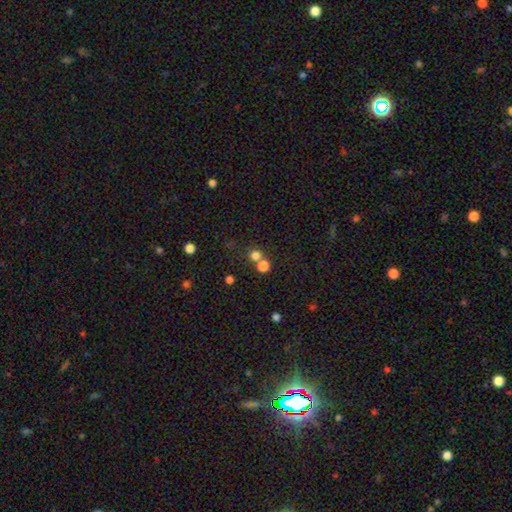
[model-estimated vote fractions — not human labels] Q: Smooth or featured?
A: smooth (74%); runner-up: star or artifact (19%)
Q: How rounded?
A: round (87%); runner-up: in between (12%)
Q: Merging?
A: none (57%); runner-up: merger (33%)